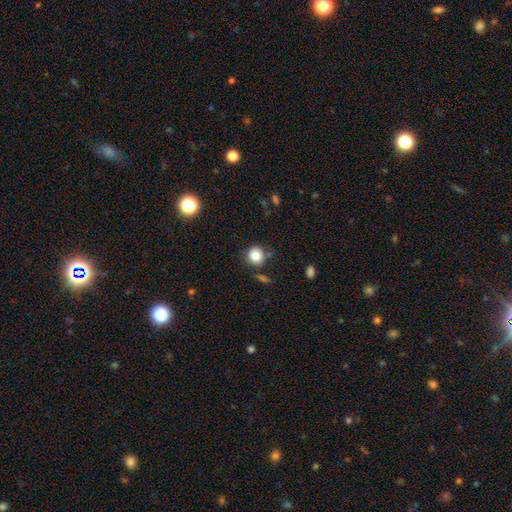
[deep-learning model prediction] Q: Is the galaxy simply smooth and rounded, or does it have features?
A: smooth — 82%.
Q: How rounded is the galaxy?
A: round — 89%.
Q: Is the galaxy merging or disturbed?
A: none — 81%.